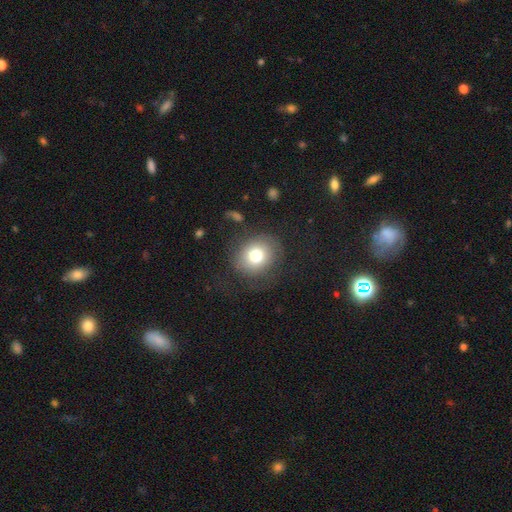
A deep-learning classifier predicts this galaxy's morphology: smooth 75%, featured or disk 15%, star or artifact 10%. Down the decision tree: how rounded — round (80%); merging — none (75%).